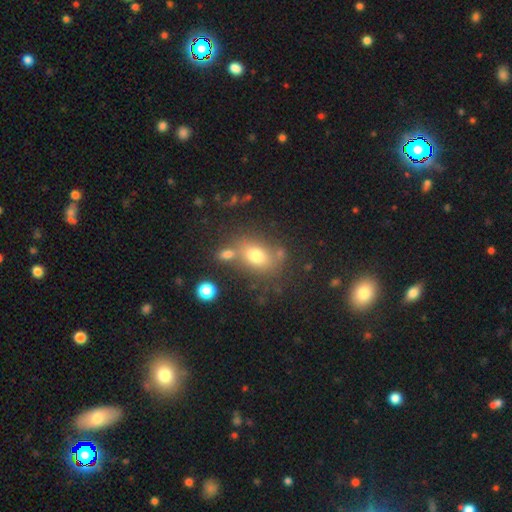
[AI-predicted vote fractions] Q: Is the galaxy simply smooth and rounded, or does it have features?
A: smooth — 74%.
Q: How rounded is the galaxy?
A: in between — 69%.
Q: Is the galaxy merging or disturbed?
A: none — 61%.